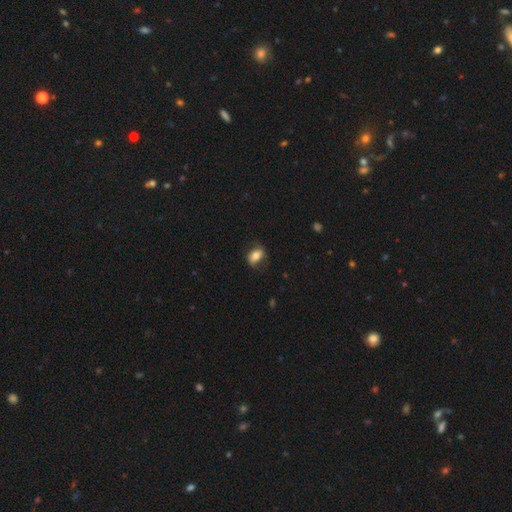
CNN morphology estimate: The model was most divided on "merging": none: 75%, minor disturbance: 19%, major disturbance: 6%, merger: 1%. More confident: how rounded — in between (79%); smooth or featured — smooth (75%).